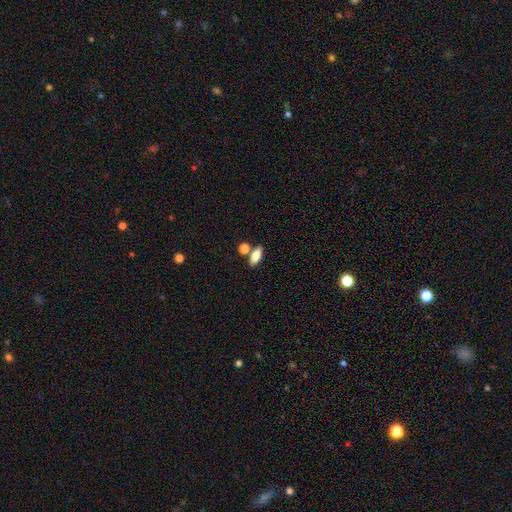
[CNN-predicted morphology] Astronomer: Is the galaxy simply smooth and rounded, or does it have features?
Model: smooth — 79%.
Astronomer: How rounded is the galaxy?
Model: in between — 76%.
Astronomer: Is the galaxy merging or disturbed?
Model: none — 69%.